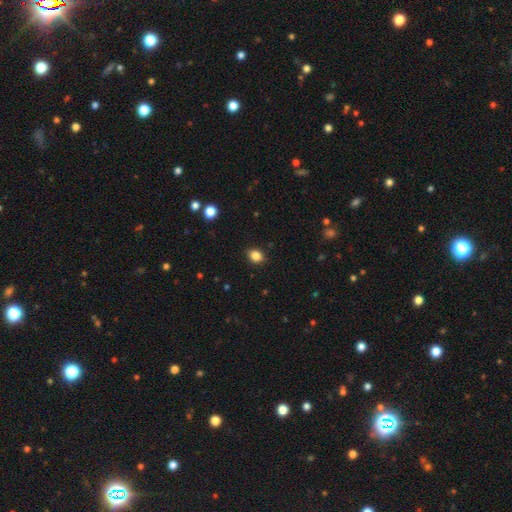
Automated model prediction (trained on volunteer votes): Q: Smooth or featured?
A: smooth (85%); runner-up: star or artifact (11%)
Q: How rounded?
A: round (50%); runner-up: in between (49%)
Q: Merging?
A: none (89%); runner-up: minor disturbance (8%)